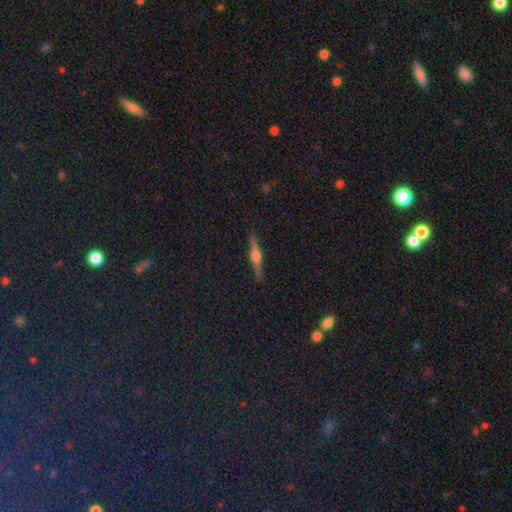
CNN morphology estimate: Smooth or featured?
  - featured or disk: 77% *
  - smooth: 16%
  - star or artifact: 7%
Edge-on disk?
  - yes: 98% *
  - no: 2%
Edge-on bulge?
  - rounded: 88% *
  - boxy: 9%
  - none: 3%
Merging?
  - none: 90% *
  - minor disturbance: 7%
  - major disturbance: 2%
  - merger: 1%